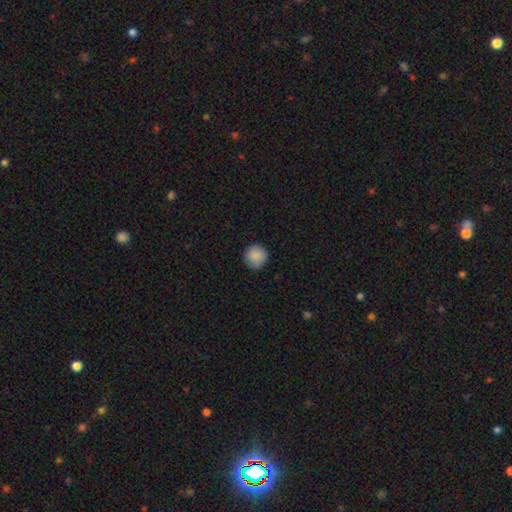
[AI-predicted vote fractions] Smooth or featured: smooth — 88% (star or artifact — 7%)
How rounded: round — 95% (in between — 4%)
Merging: none — 88% (minor disturbance — 9%)